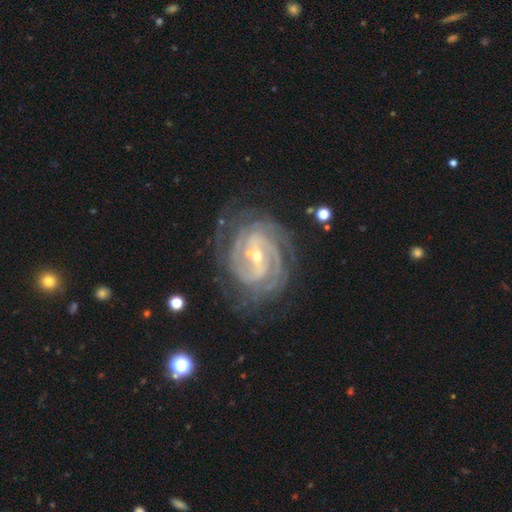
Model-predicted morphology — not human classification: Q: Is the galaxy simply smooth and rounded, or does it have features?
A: featured or disk — 91%.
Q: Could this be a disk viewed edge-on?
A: no — 97%.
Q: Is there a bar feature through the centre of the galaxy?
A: weak — 43%.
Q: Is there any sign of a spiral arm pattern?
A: yes — 98%.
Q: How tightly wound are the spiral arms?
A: tight — 72%.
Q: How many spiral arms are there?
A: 2 — 29%.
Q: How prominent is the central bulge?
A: small — 71%.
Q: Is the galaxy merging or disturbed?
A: none — 72%.